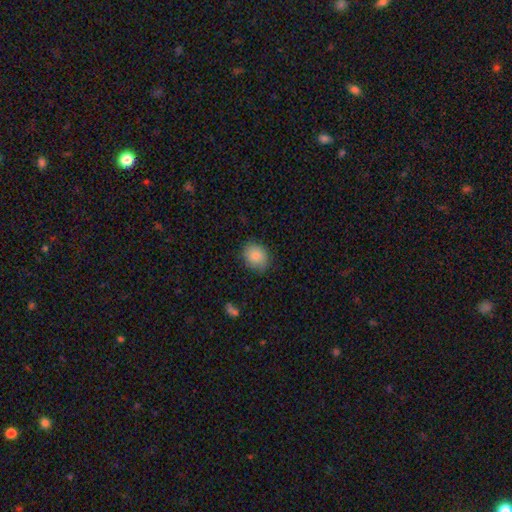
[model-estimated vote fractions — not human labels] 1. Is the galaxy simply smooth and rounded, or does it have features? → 84% smooth, 8% star or artifact, 8% featured or disk.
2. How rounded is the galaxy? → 52% round, 47% in between, 1% cigar-shaped.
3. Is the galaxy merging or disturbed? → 81% none, 14% minor disturbance, 3% major disturbance, 1% merger.